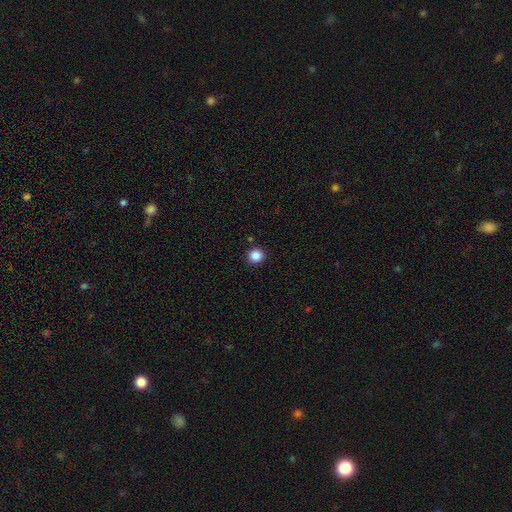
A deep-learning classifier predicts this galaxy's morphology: This appears to be a smooth galaxy with no disk features (86%) that is round (92%). Merging: none (92%).